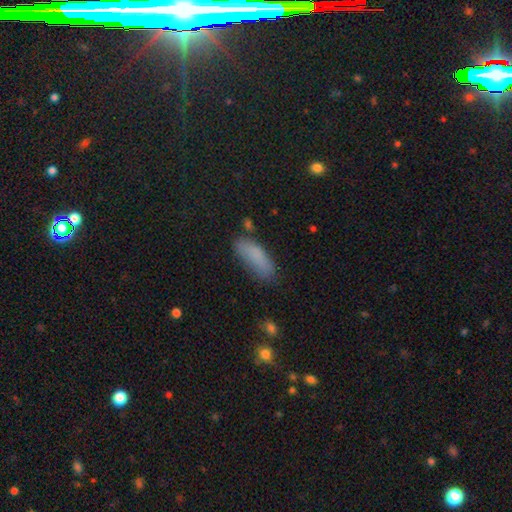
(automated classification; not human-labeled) Morphology: type=smooth (83%); roundness=in between (64%); merging=none (64%).